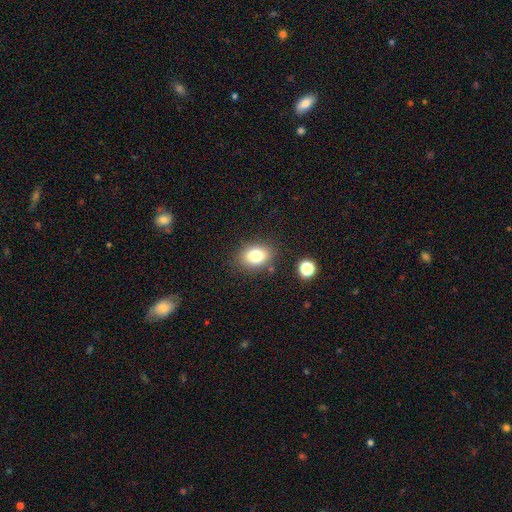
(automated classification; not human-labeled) Overall: smooth (80%). How rounded: in between (67%; round 32%). Merging: none (81%).